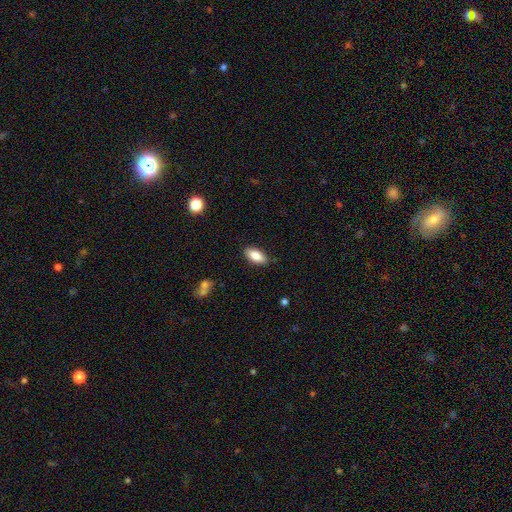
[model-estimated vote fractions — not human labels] A smooth galaxy with no disk features (84%) that is in between round and cigar-shaped (88%). Merging: none (86%).